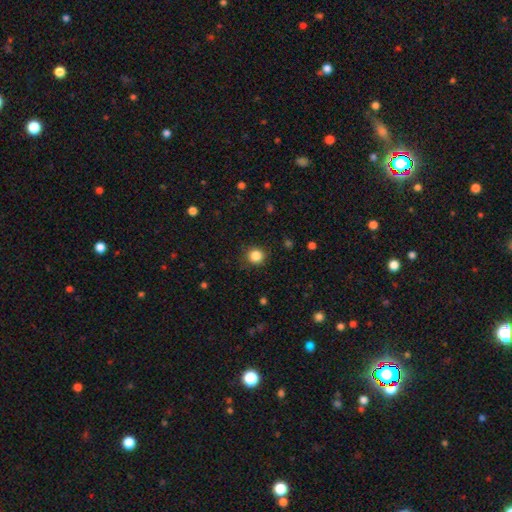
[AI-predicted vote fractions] smooth-or-featured: smooth: 85% | star or artifact: 11% | featured or disk: 4%
  how-rounded: round: 91% | in between: 8% | cigar-shaped: 1%
  merging: none: 88% | minor disturbance: 8% | major disturbance: 3% | merger: 1%